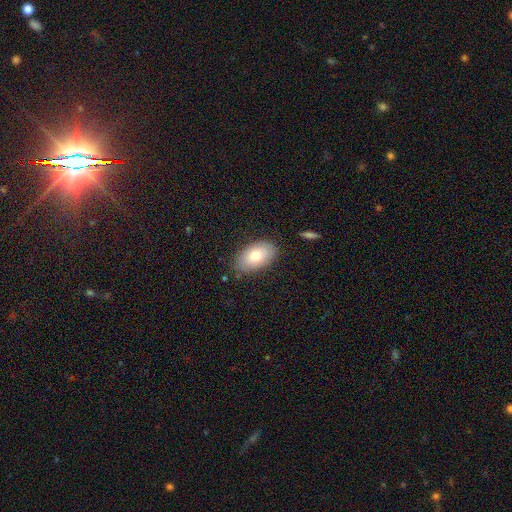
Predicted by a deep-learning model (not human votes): This is likely a smooth galaxy (75%). How rounded: clearly in between (93%). Merging: clearly none (81%).